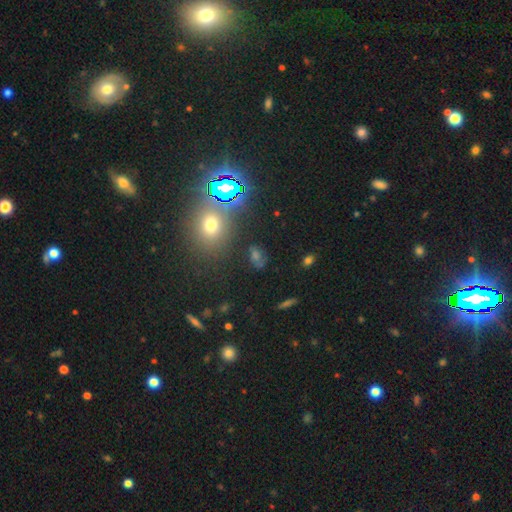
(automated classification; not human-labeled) Q: Smooth or featured?
A: star or artifact (44%); runner-up: smooth (42%)